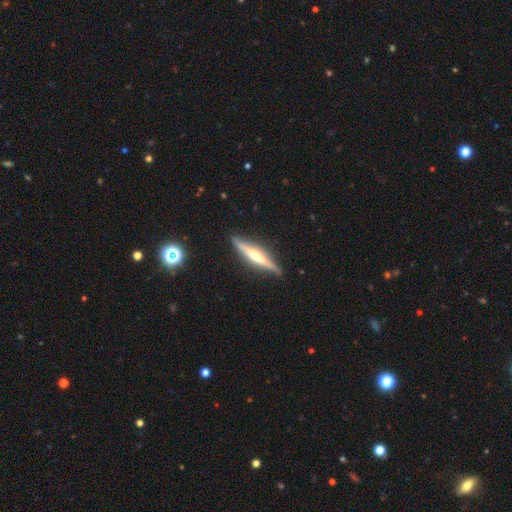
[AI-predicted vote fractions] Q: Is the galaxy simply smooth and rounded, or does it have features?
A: featured or disk — 65%.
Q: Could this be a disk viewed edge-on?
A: yes — 95%.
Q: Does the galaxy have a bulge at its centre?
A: rounded — 63%.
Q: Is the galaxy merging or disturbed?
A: none — 86%.